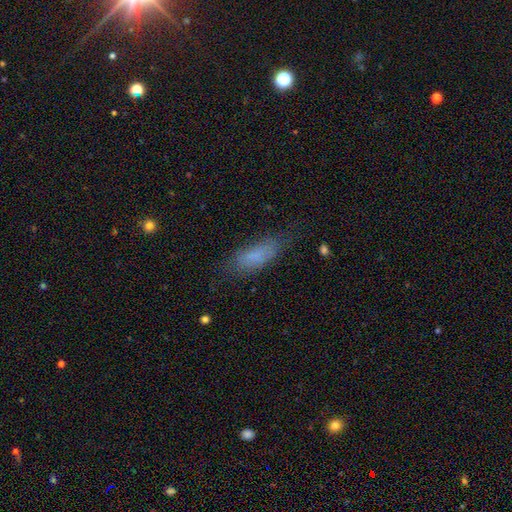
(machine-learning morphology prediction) smooth 76%, featured or disk 14%, star or artifact 10%. Down the decision tree: how rounded — in between (64%); merging — none (65%).